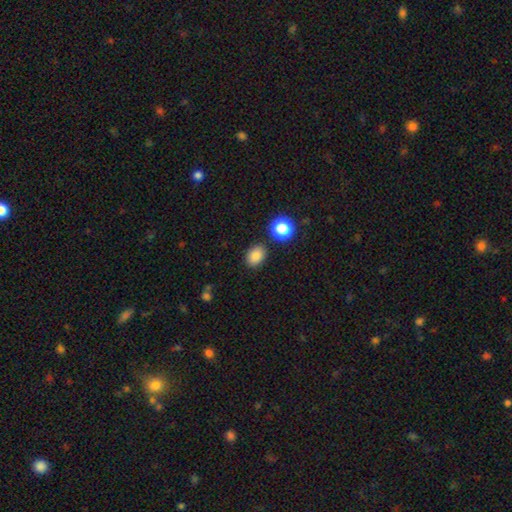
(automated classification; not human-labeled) Smooth or featured?
  - smooth: 85% *
  - star or artifact: 11%
  - featured or disk: 5%
How rounded?
  - in between: 63% *
  - round: 35%
  - cigar-shaped: 1%
Merging?
  - none: 83% *
  - minor disturbance: 10%
  - merger: 4%
  - major disturbance: 3%